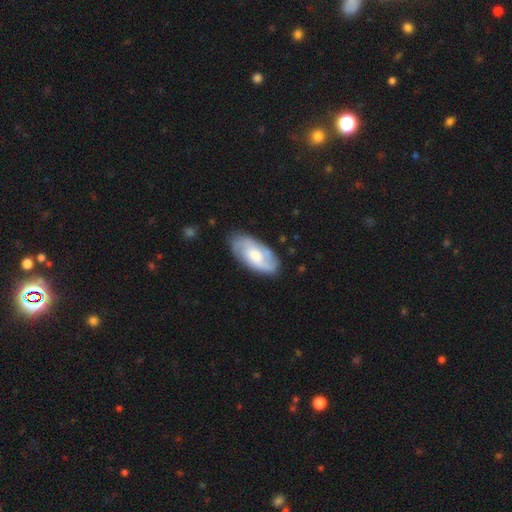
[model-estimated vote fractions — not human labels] Morphology: type=featured or disk (59%); edge-on=no (94%); bar=no (61%); spiral arms=yes (87%); bulge=moderate (43%); merging=none (79%).